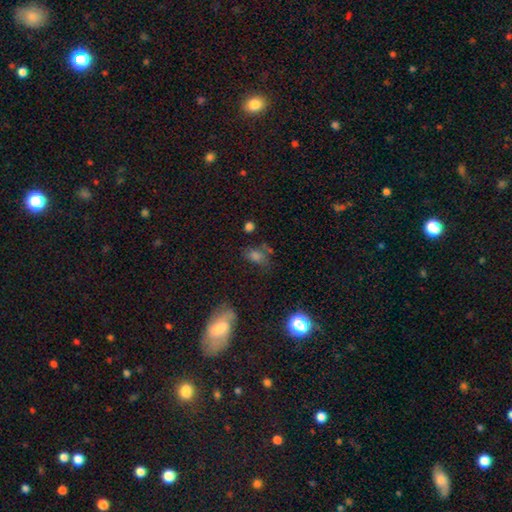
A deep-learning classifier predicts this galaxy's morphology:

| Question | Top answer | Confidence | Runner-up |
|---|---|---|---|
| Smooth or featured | smooth | 58% | star or artifact (24%) |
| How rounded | in between | 71% | round (25%) |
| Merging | none | 53% | minor disturbance (23%) |